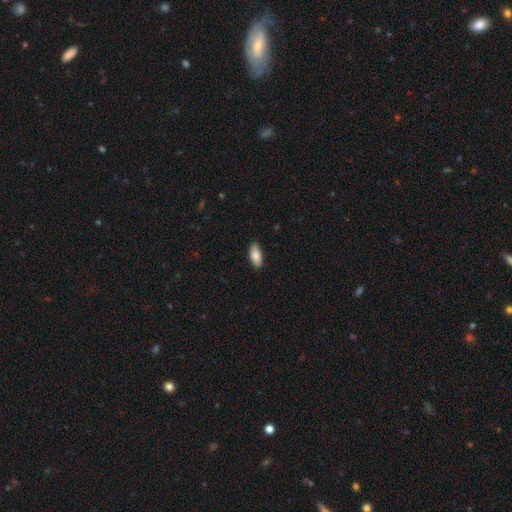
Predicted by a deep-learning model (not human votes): smooth 85%, featured or disk 9%, star or artifact 6%. Down the decision tree: how rounded — in between (88%); merging — none (88%).